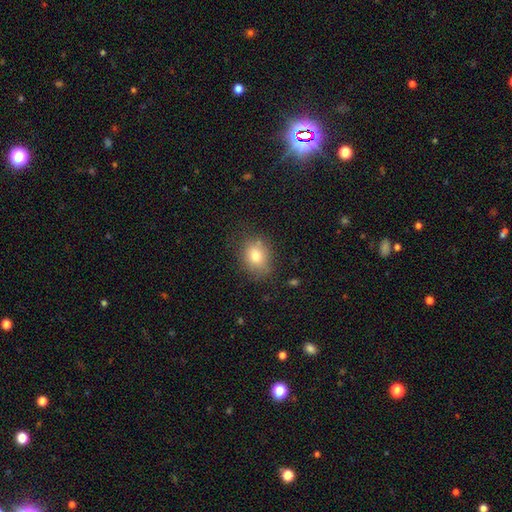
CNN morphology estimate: Smooth or featured? smooth (77%)
How rounded? in between (55%)
Merging? none (72%)